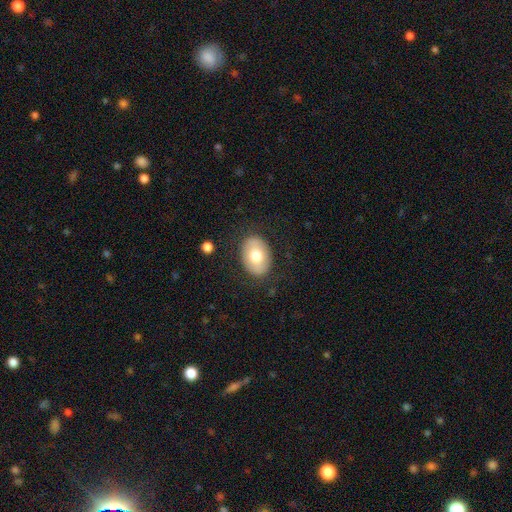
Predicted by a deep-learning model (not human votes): The model was most divided on "smooth or featured": smooth: 69%, featured or disk: 24%, star or artifact: 7%. More confident: merging — none (84%); how rounded — in between (79%).